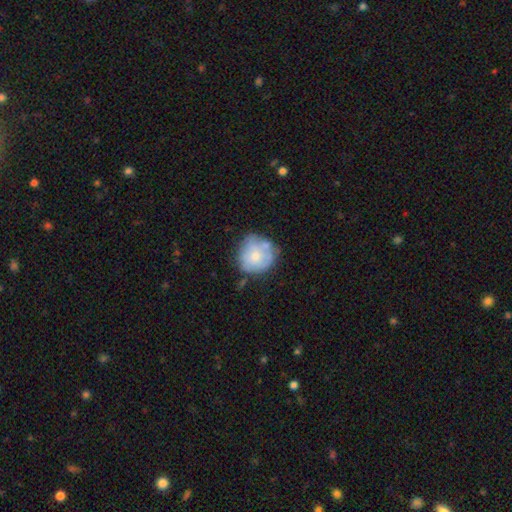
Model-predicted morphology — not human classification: A smooth galaxy with no disk features (59%) that is round (87%).

Vote fractions:
- Smooth or featured? smooth: 59% / featured or disk: 34% / star or artifact: 7%
- How rounded? round: 87% / in between: 13% / cigar-shaped: 1%
- Merging? none: 57% / minor disturbance: 25% / major disturbance: 9% / merger: 9%